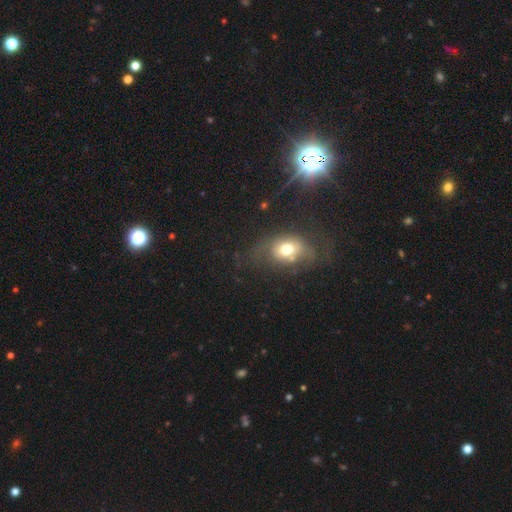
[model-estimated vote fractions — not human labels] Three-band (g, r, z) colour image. It shows a smooth galaxy with no disk features (44%). Merging: none (68%).